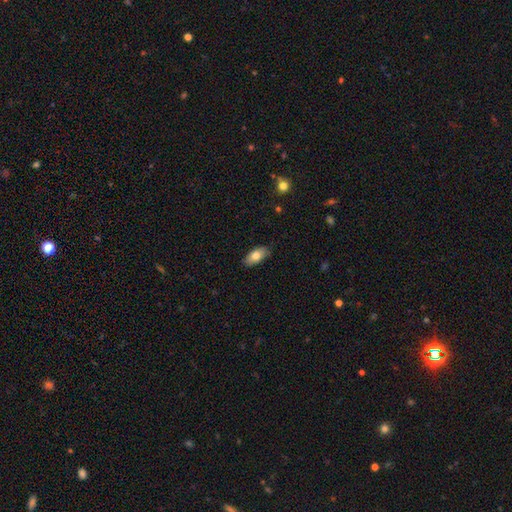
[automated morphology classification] A smooth galaxy with no disk features (76%) that is in between round and cigar-shaped (90%).

Vote fractions:
- Smooth or featured? smooth: 76% / featured or disk: 17% / star or artifact: 7%
- How rounded? in between: 90% / cigar-shaped: 6% / round: 3%
- Merging? none: 85% / minor disturbance: 12% / major disturbance: 2% / merger: 1%